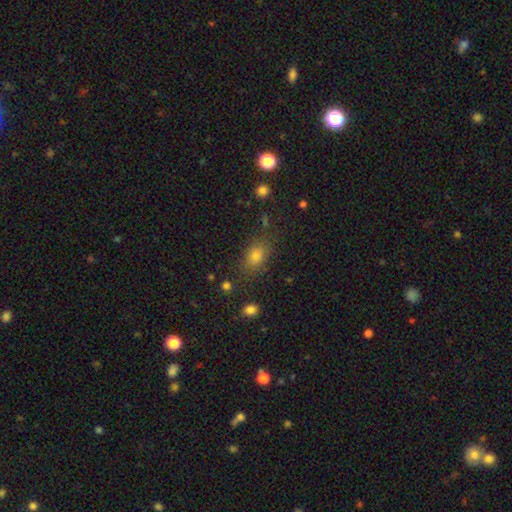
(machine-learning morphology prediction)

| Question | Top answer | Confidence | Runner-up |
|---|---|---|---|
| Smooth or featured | smooth | 75% | star or artifact (16%) |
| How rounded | in between | 75% | round (21%) |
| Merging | none | 80% | minor disturbance (12%) |